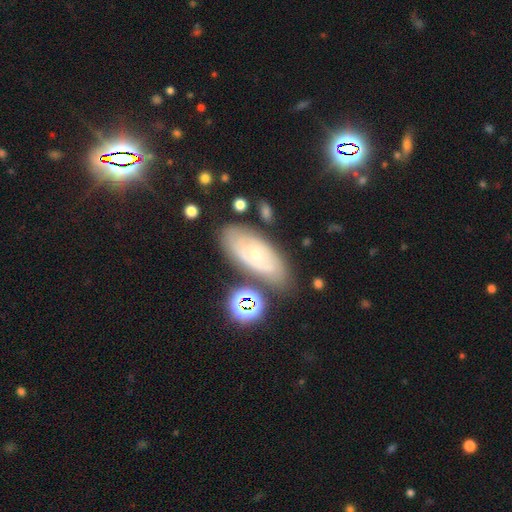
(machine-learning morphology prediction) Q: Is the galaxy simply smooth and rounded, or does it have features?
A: featured or disk — 62%.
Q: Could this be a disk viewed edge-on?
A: no — 89%.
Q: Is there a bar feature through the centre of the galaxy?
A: no — 80%.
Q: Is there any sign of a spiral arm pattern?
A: yes — 69%.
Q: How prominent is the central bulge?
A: small — 73%.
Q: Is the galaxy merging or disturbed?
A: none — 74%.